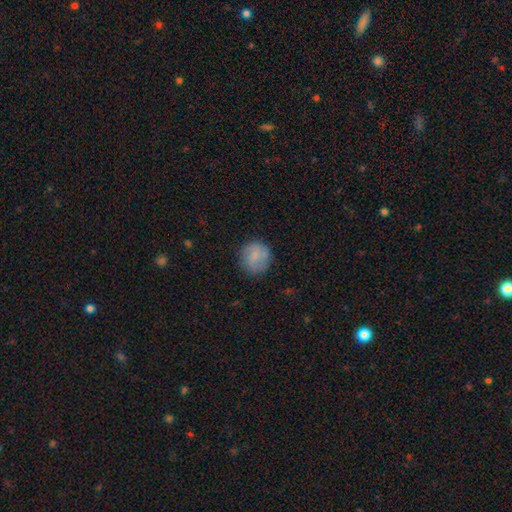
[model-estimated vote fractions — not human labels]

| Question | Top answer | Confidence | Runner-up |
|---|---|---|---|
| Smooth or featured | smooth | 74% | featured or disk (19%) |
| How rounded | round | 89% | in between (10%) |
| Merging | none | 78% | minor disturbance (16%) |